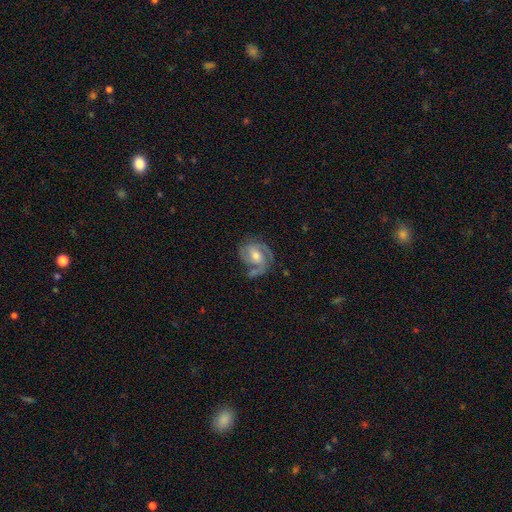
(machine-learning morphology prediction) Smooth or featured: featured or disk — 80% (smooth — 14%)
Edge-on disk: no — 97% (yes — 3%)
Bar: weak — 44% (no — 40%)
Spiral arms: yes — 94% (no — 6%)
Spiral winding: medium — 46% (tight — 40%)
Spiral arm count: 2 — 51% (3 — 23%)
Bulge size: moderate — 64% (small — 30%)
Merging: none — 56% (minor disturbance — 22%)